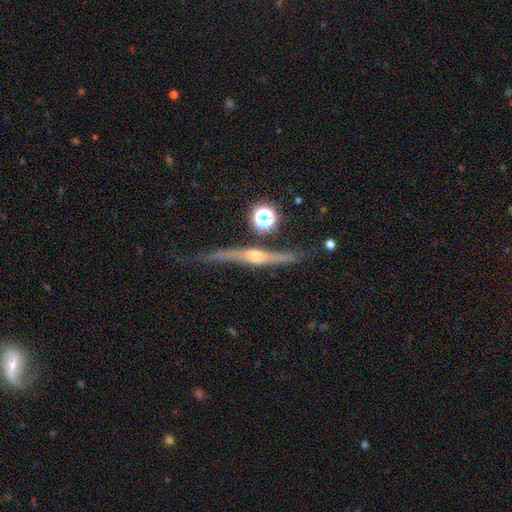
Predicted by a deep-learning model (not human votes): This appears to be a featured or disk galaxy (81%) viewed edge-on (96%) with a rounded central bulge (89%). Merging: none (77%).